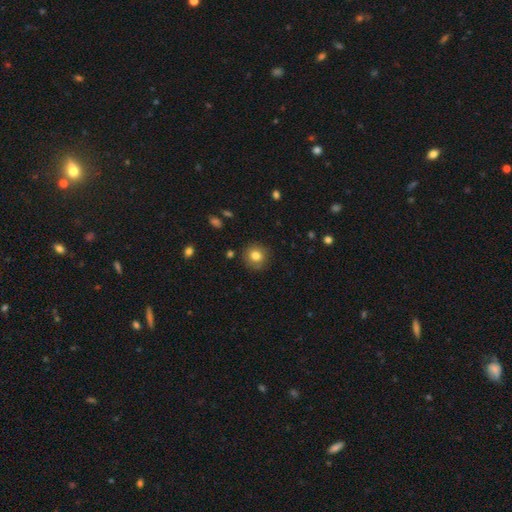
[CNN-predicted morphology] The model was most divided on "smooth or featured": smooth: 81%, star or artifact: 10%, featured or disk: 9%. More confident: how rounded — round (89%); merging — none (87%).